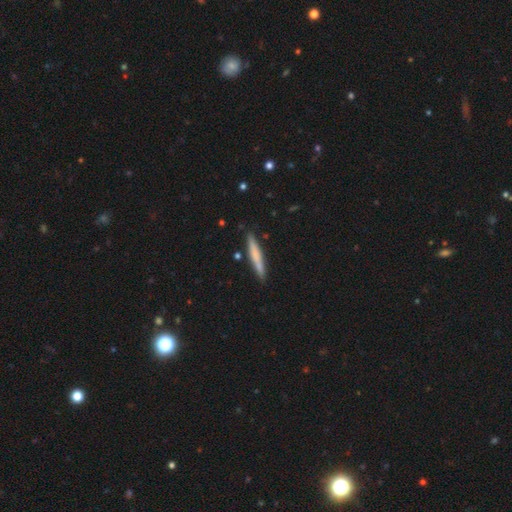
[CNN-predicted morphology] This is likely a smooth galaxy (66%). How rounded: clearly cigar-shaped (94%). Merging: clearly none (86%).